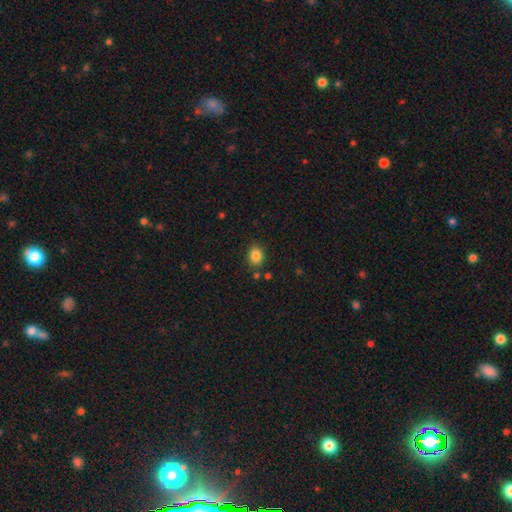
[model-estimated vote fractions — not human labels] Q: Smooth or featured?
A: smooth (85%); runner-up: star or artifact (10%)
Q: How rounded?
A: round (50%); runner-up: in between (49%)
Q: Merging?
A: none (83%); runner-up: minor disturbance (10%)